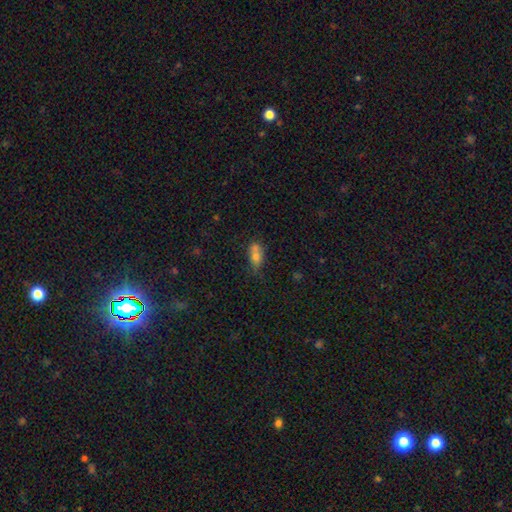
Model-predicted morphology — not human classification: Smooth or featured: smooth — 68% (featured or disk — 19%)
How rounded: in between — 71% (round — 22%)
Merging: merger — 39% (none — 35%)